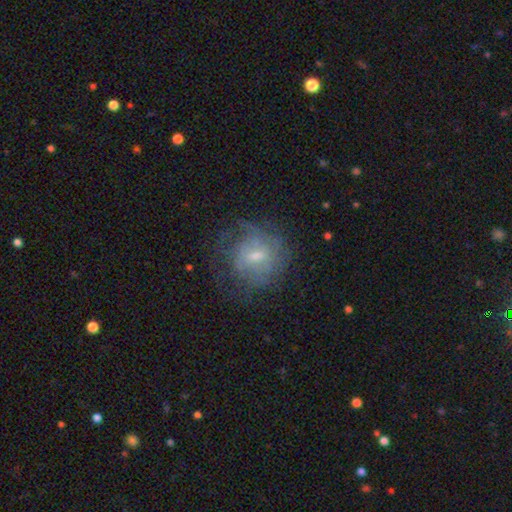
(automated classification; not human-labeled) A featured or disk galaxy (63%) with a weak bar (55%), spiral arms (70%) and a small central bulge (55%).

Vote fractions:
- Smooth or featured? featured or disk: 63% / smooth: 29% / star or artifact: 9%
- Edge-on disk? no: 97% / yes: 3%
- Bar? weak: 55% / no: 35% / strong: 10%
- Spiral arms? yes: 70% / no: 30%
- Bulge size? small: 55% / moderate: 36% / none: 5% / large: 2% / dominant: 1%
- Merging? none: 59% / minor disturbance: 21% / major disturbance: 19% / merger: 2%